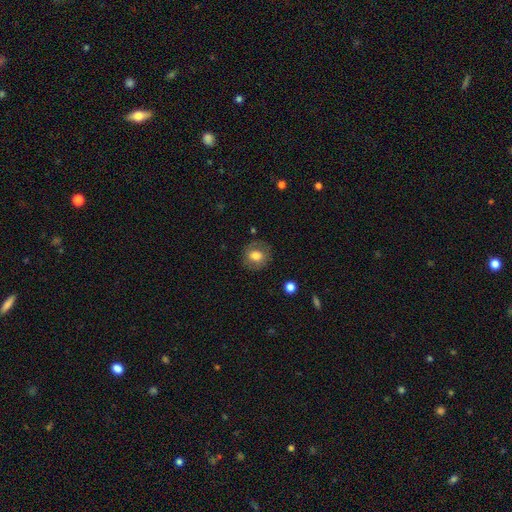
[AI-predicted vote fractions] smooth_or_featured: smooth (p=0.66) [alt: featured or disk p=0.25]
how_rounded: round (p=0.76) [alt: in between p=0.23]
merging: none (p=0.80) [alt: minor disturbance p=0.13]